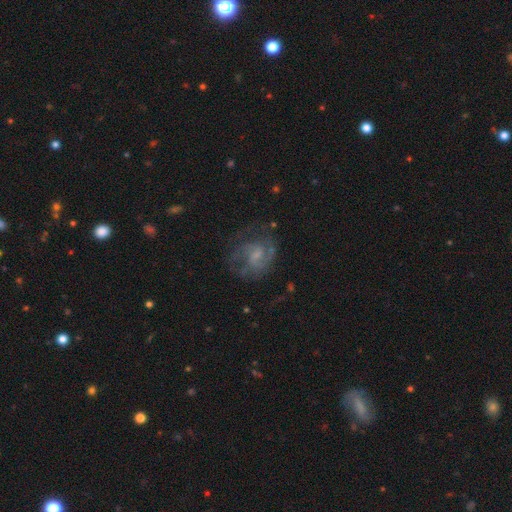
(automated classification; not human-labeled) featured or disk 72%, smooth 20%, star or artifact 9%. Down the decision tree: edge-on disk — no (98%); bar — weak (47%); spiral arms — yes (85%); spiral arm count — 2 (47%); spiral winding — medium (49%); bulge size — small (46%); merging — none (59%).